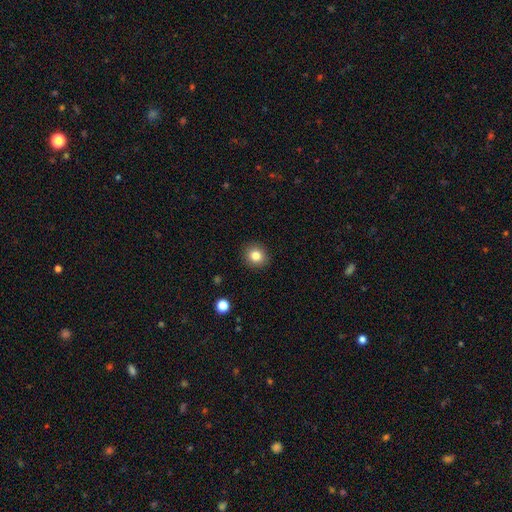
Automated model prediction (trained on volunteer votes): Overall: smooth (83%). How rounded: round (82%). Merging: none (91%).